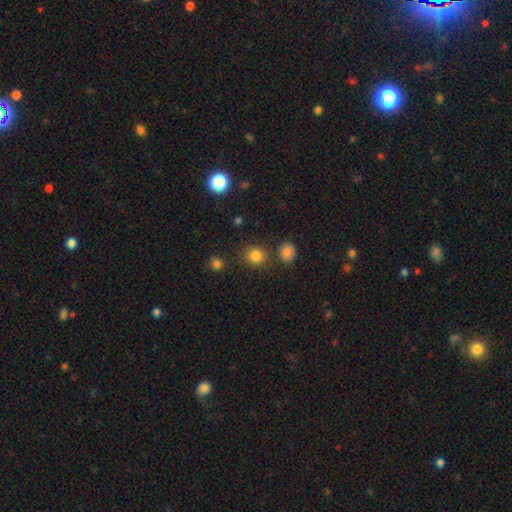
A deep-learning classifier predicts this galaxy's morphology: Q: Smooth or featured?
A: smooth (82%); runner-up: star or artifact (14%)
Q: How rounded?
A: round (88%); runner-up: in between (11%)
Q: Merging?
A: none (80%); runner-up: minor disturbance (8%)